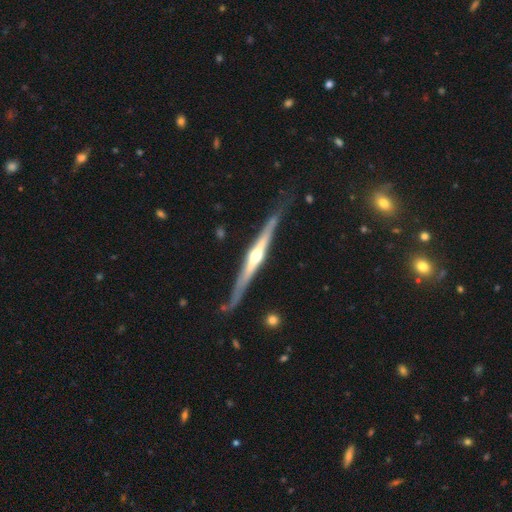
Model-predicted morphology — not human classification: The model was most divided on "merging": none: 77%, minor disturbance: 16%, major disturbance: 4%, merger: 3%. More confident: edge-on disk — yes (98%); edge-on bulge — rounded (91%); smooth or featured — featured or disk (82%).